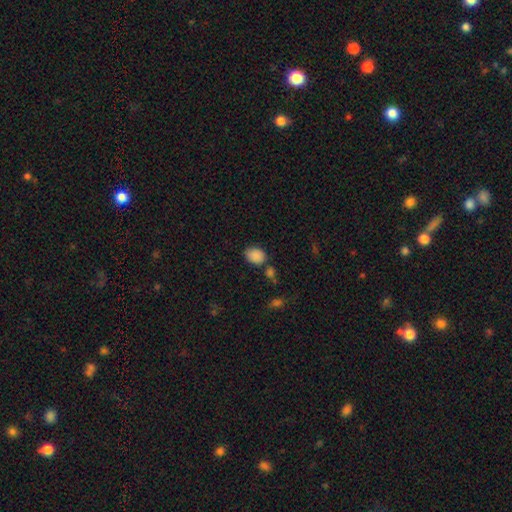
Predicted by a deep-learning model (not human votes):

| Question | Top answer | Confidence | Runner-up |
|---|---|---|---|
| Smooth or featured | smooth | 87% | star or artifact (9%) |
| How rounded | in between | 70% | round (29%) |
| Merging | none | 67% | minor disturbance (19%) |